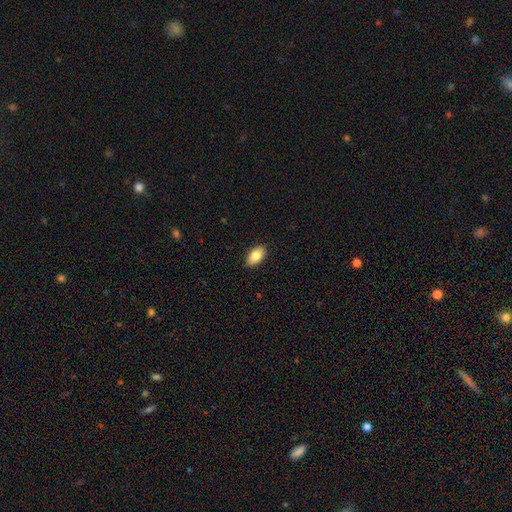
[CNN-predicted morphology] smooth 83%, featured or disk 10%, star or artifact 7%. Down the decision tree: how rounded — in between (93%); merging — none (90%).